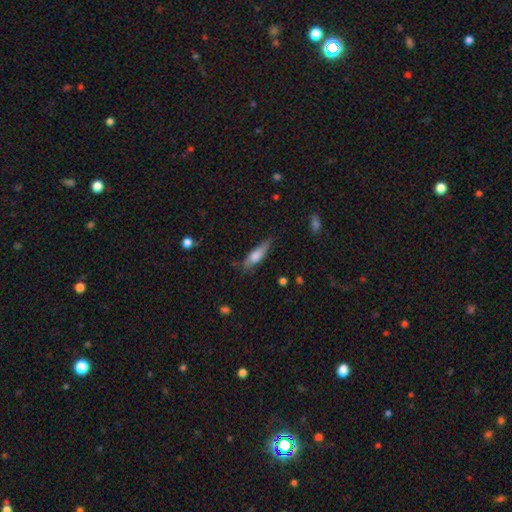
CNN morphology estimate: smooth 70%, featured or disk 23%, star or artifact 7%. Down the decision tree: how rounded — cigar-shaped (62%); merging — none (63%).